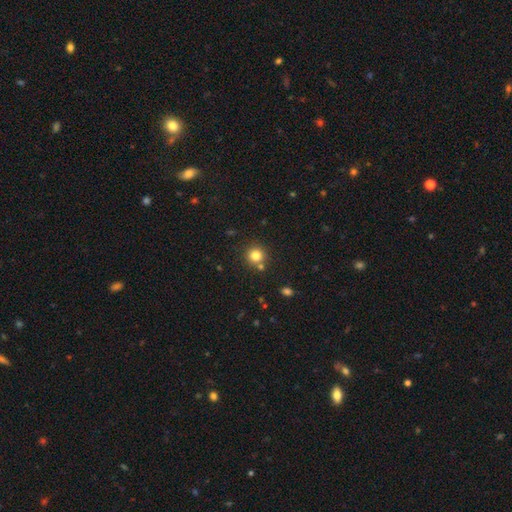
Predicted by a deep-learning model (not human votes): Smooth or featured? Predicted: smooth (p=0.81). How rounded? Predicted: round (p=0.93). Merging? Predicted: none (p=0.77).